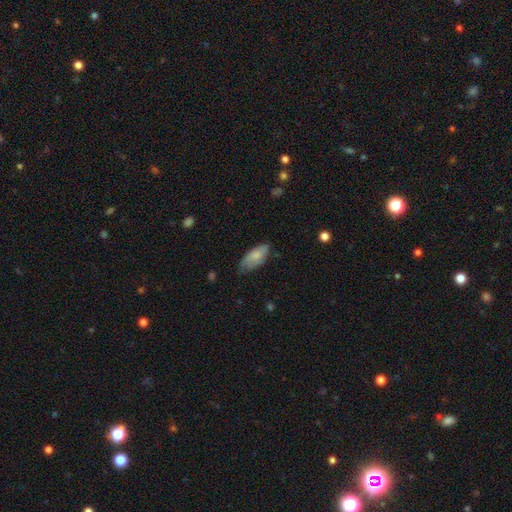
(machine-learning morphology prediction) The model was most divided on "merging": none: 57%, minor disturbance: 35%, major disturbance: 7%, merger: 1%. More confident: how rounded — in between (88%); smooth or featured — smooth (76%).